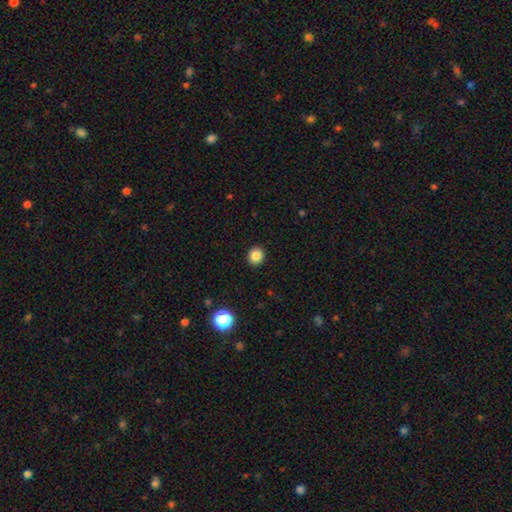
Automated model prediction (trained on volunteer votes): Smooth or featured? Predicted: smooth (p=0.85). How rounded? Predicted: round (p=0.83). Merging? Predicted: none (p=0.92).